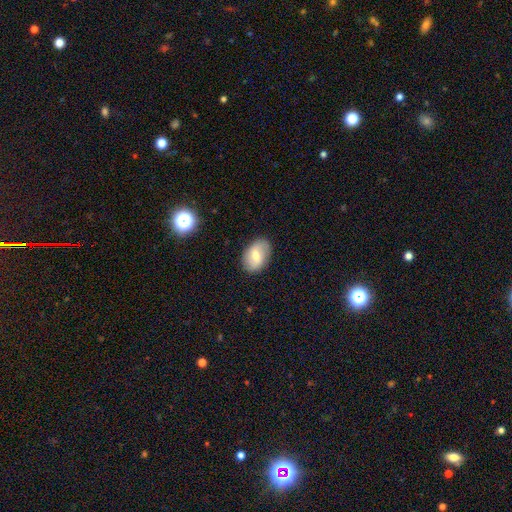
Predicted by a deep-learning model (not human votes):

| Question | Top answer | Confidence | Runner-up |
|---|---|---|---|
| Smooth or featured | smooth | 57% | featured or disk (35%) |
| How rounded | in between | 85% | round (14%) |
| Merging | none | 84% | minor disturbance (12%) |